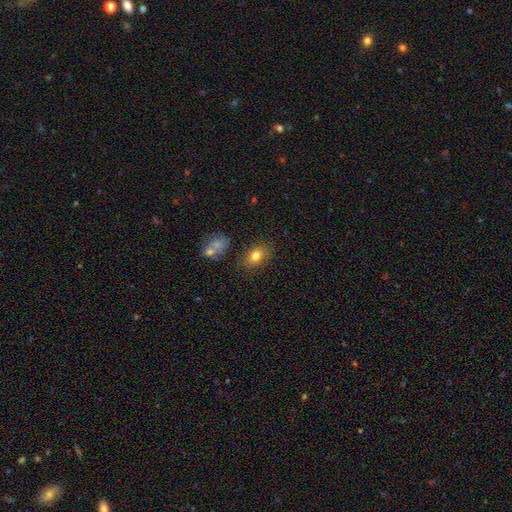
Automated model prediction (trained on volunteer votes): Smooth or featured?
  - smooth: 78% *
  - featured or disk: 11%
  - star or artifact: 10%
How rounded?
  - in between: 72% *
  - round: 27%
  - cigar-shaped: 1%
Merging?
  - none: 81% *
  - minor disturbance: 12%
  - merger: 4%
  - major disturbance: 3%